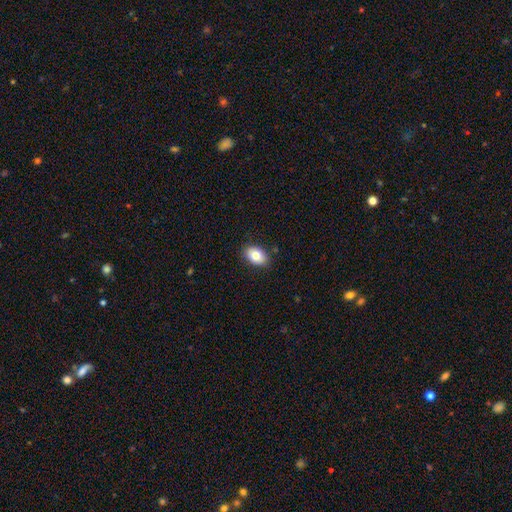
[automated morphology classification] type=smooth (81%); roundness=in between (84%); merging=none (88%).